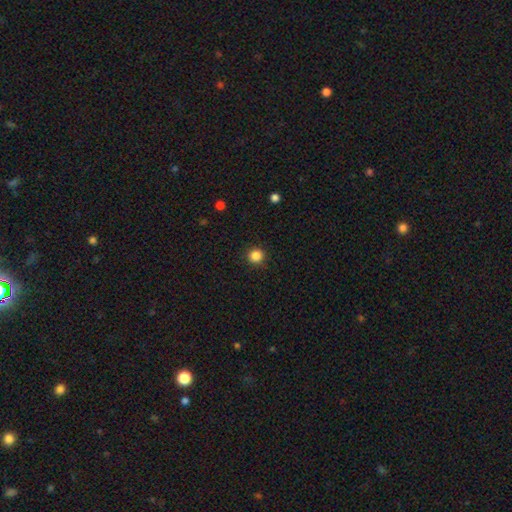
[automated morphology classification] The model was most divided on "smooth or featured": smooth: 86%, star or artifact: 11%, featured or disk: 3%. More confident: how rounded — round (94%); merging — none (92%).